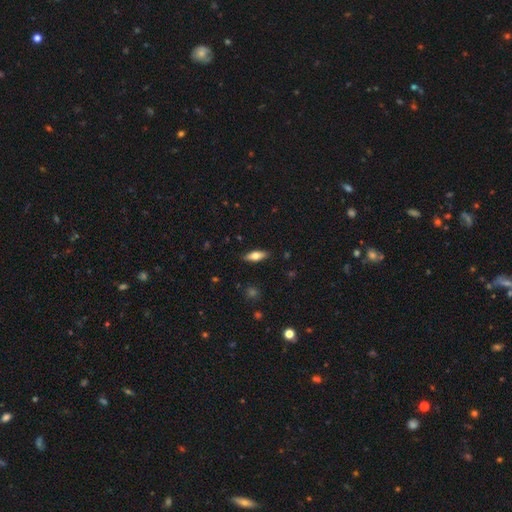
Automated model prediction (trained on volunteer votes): Smooth or featured? Predicted: smooth (p=0.65). How rounded? Predicted: in between (p=0.66). Merging? Predicted: none (p=0.88).